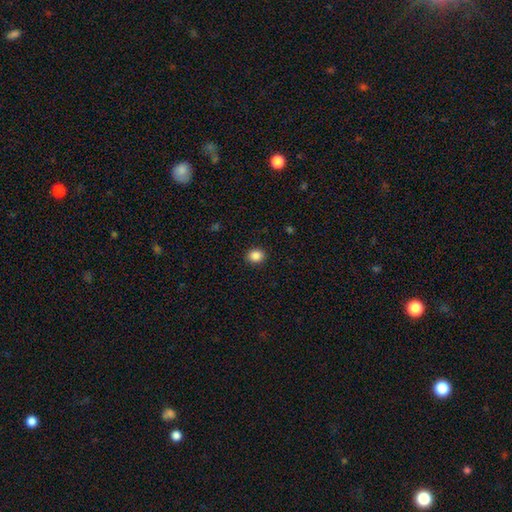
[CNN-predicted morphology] Q: Smooth or featured?
A: smooth (87%); runner-up: star or artifact (10%)
Q: How rounded?
A: round (67%); runner-up: in between (32%)
Q: Merging?
A: none (91%); runner-up: minor disturbance (6%)